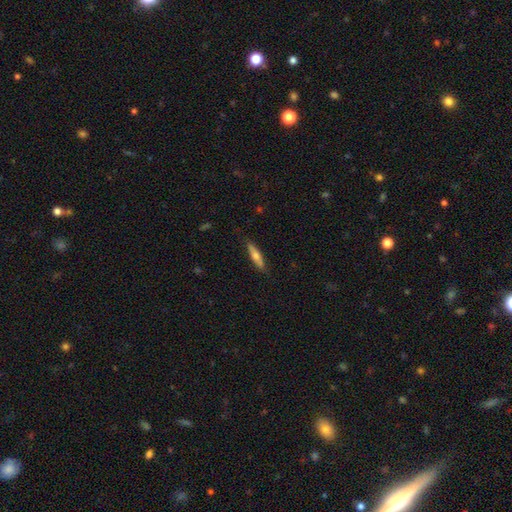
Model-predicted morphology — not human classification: Smooth or featured? Predicted: smooth (p=0.55). How rounded? Predicted: cigar-shaped (p=0.78). Merging? Predicted: none (p=0.85).